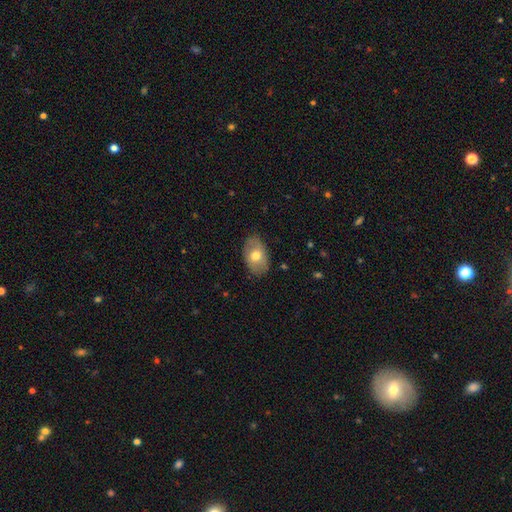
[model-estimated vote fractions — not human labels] Q: Smooth or featured?
A: smooth (65%); runner-up: featured or disk (28%)
Q: How rounded?
A: in between (89%); runner-up: round (9%)
Q: Merging?
A: none (82%); runner-up: minor disturbance (14%)